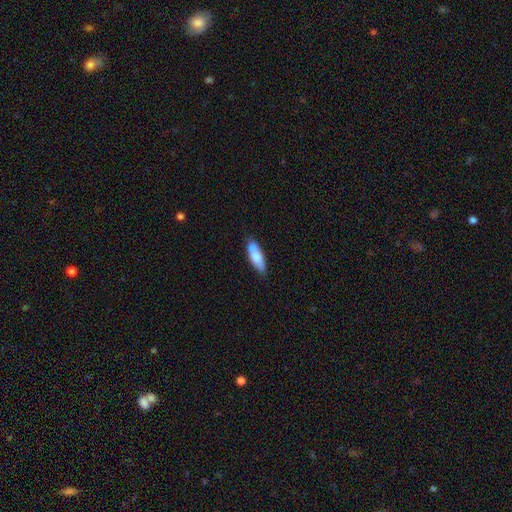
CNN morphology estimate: Smooth or featured? smooth (71%)
How rounded? in between (57%)
Merging? none (57%)